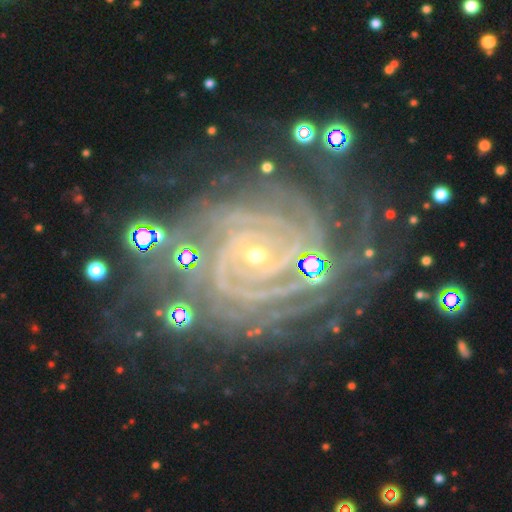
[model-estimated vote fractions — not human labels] Smooth or featured? featured or disk (91%)
Edge-on disk? no (98%)
Bar? no (58%)
Spiral arms? yes (99%)
Spiral winding? tight (83%)
Spiral arm count? more than 4 (22%)
Bulge size? small (84%)
Merging? none (71%)